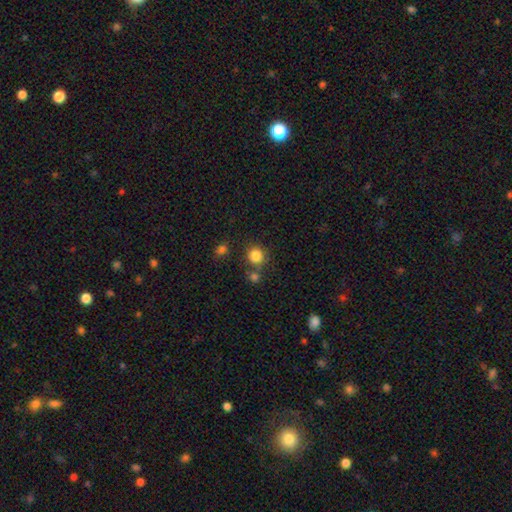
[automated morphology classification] Overall: smooth (84%). How rounded: round (90%). Merging: none (72%).